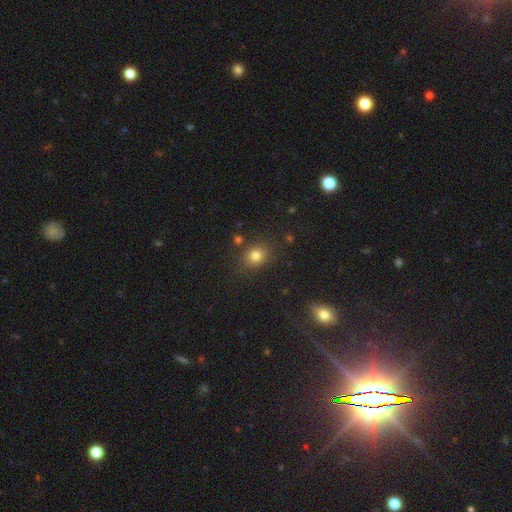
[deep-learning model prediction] A smooth galaxy with no disk features (78%) that is round (71%).

Vote fractions:
- Smooth or featured? smooth: 78% / star or artifact: 15% / featured or disk: 7%
- How rounded? round: 71% / in between: 28% / cigar-shaped: 1%
- Merging? none: 82% / minor disturbance: 10% / merger: 4% / major disturbance: 4%